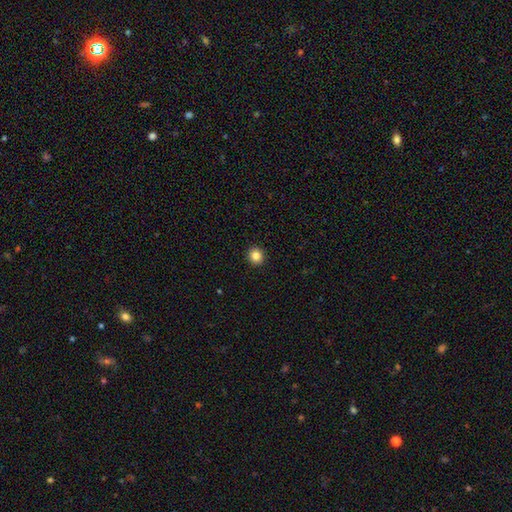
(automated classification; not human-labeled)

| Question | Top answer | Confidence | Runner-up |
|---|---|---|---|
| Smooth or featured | smooth | 84% | star or artifact (11%) |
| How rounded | round | 90% | in between (9%) |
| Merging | none | 93% | minor disturbance (4%) |